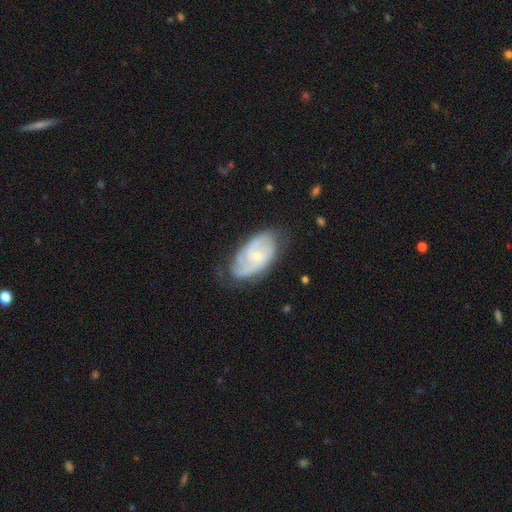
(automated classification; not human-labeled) Smooth or featured: featured or disk — 75% (smooth — 19%)
Edge-on disk: no — 96% (yes — 4%)
Bar: no — 65% (weak — 30%)
Spiral arms: yes — 91% (no — 9%)
Spiral winding: tight — 48% (medium — 39%)
Spiral arm count: 2 — 41% (can't tell — 29%)
Bulge size: small — 70% (moderate — 25%)
Merging: none — 66% (minor disturbance — 25%)